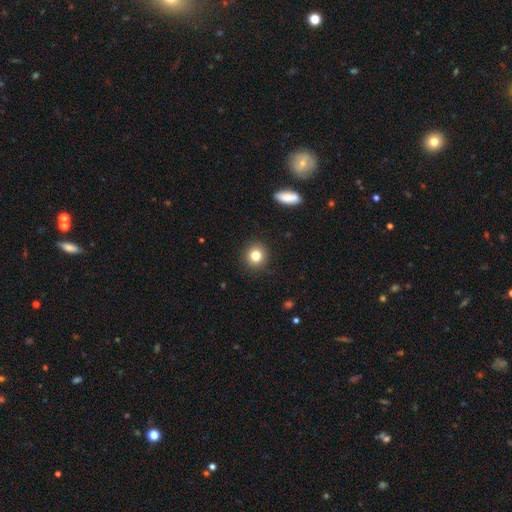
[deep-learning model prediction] This is clearly a smooth galaxy (81%). How rounded: clearly round (89%). Merging: clearly none (90%).